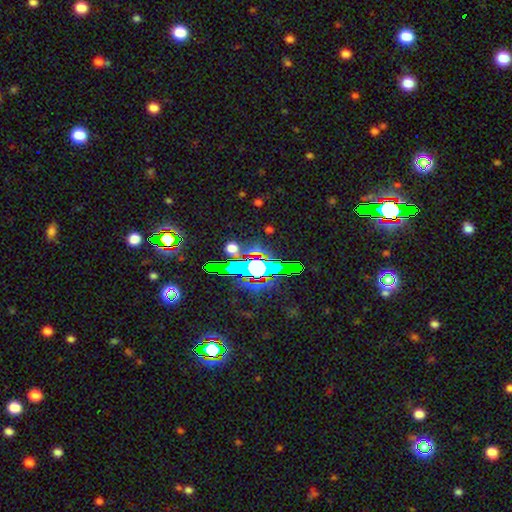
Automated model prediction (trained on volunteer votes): A star or artifact, not a galaxy (64%).